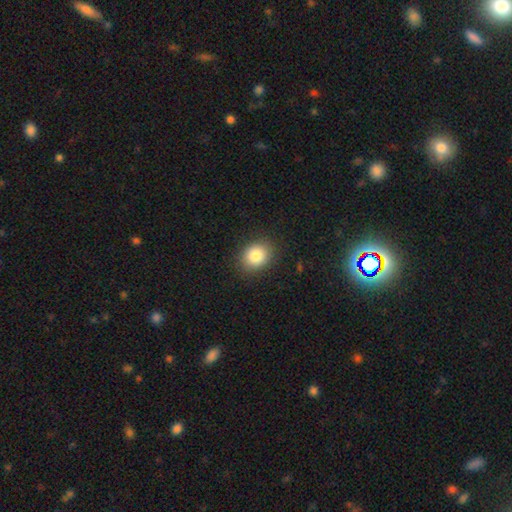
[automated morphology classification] A smooth galaxy with no disk features (85%) that is round (55%). Merging: none (88%).